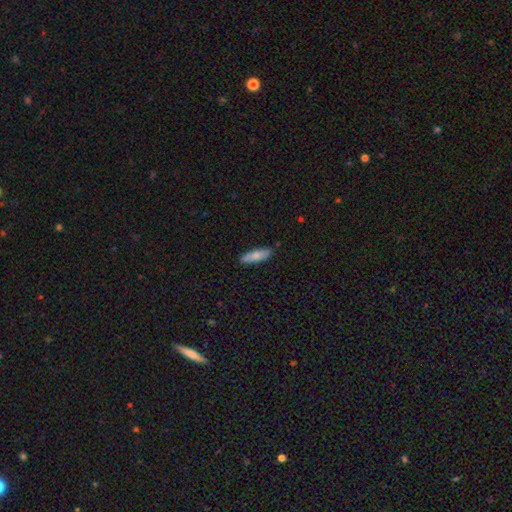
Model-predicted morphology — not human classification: smooth 76%, featured or disk 18%, star or artifact 6%. Down the decision tree: how rounded — cigar-shaped (55%); merging — none (87%).